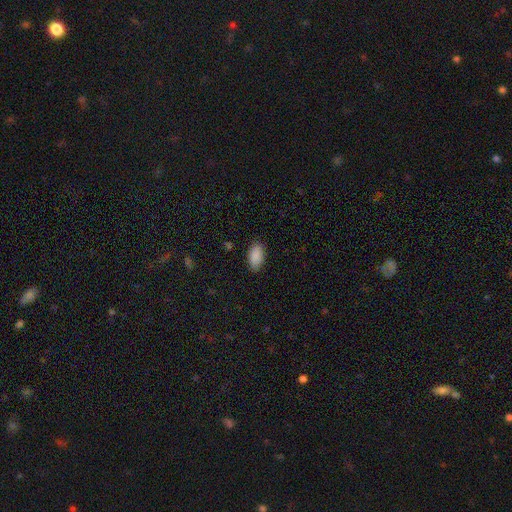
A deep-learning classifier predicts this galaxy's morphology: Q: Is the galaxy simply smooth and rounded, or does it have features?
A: smooth — 90%.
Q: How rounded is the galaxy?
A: in between — 94%.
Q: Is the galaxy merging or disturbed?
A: none — 86%.